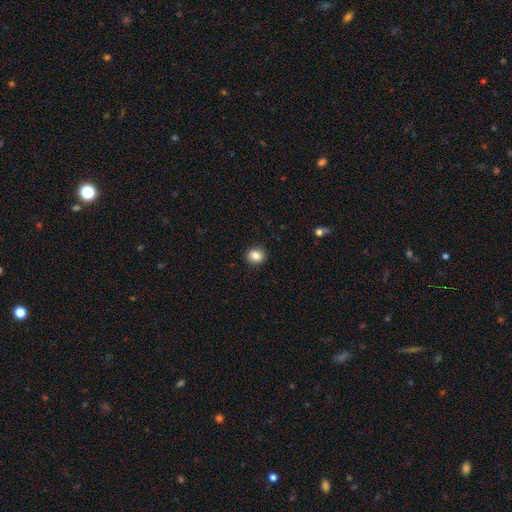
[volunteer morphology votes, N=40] This is clearly a smooth galaxy (85%). How rounded: likely round (79%). Merging: clearly none (97%).